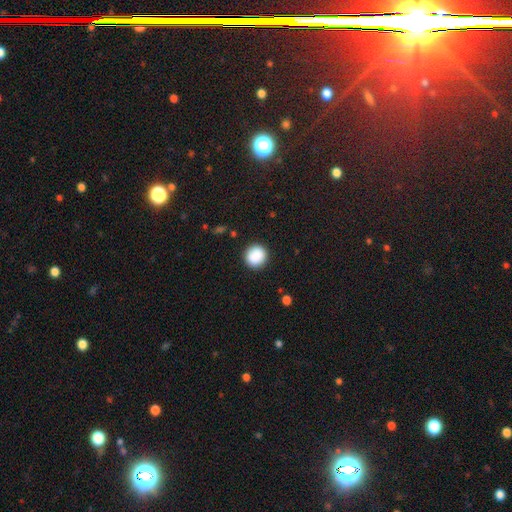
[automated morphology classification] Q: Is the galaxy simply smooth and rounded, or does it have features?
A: smooth — 89%.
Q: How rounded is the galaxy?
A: round — 93%.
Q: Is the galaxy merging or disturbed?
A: none — 91%.